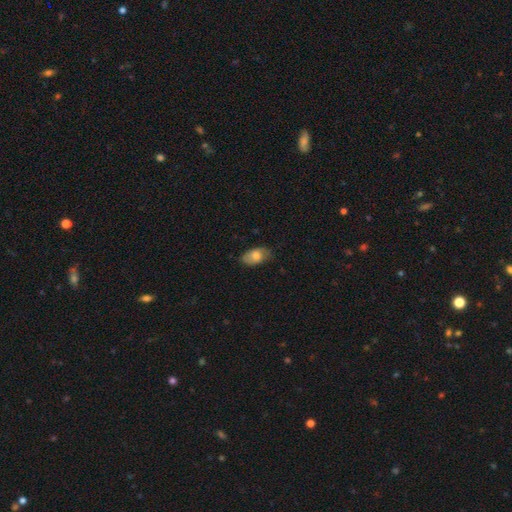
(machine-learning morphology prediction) type=smooth (75%); roundness=in between (92%); merging=none (69%).